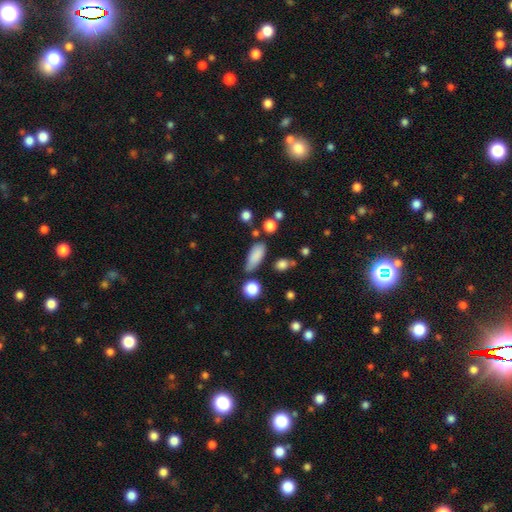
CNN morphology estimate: A smooth galaxy with no disk features (83%) that is in between round and cigar-shaped (74%).

Vote fractions:
- Smooth or featured? smooth: 83% / star or artifact: 9% / featured or disk: 7%
- How rounded? in between: 74% / cigar-shaped: 21% / round: 5%
- Merging? none: 65% / minor disturbance: 22% / merger: 7% / major disturbance: 6%